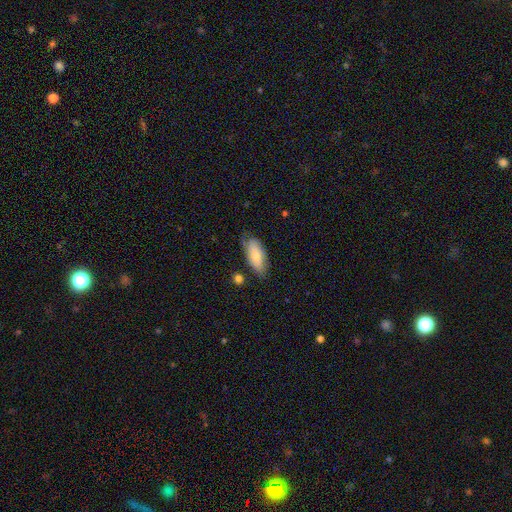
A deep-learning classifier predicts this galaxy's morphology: smooth-or-featured: smooth: 66% | featured or disk: 28% | star or artifact: 6%
  how-rounded: in between: 82% | cigar-shaped: 15% | round: 2%
  merging: none: 64% | minor disturbance: 26% | major disturbance: 7% | merger: 3%